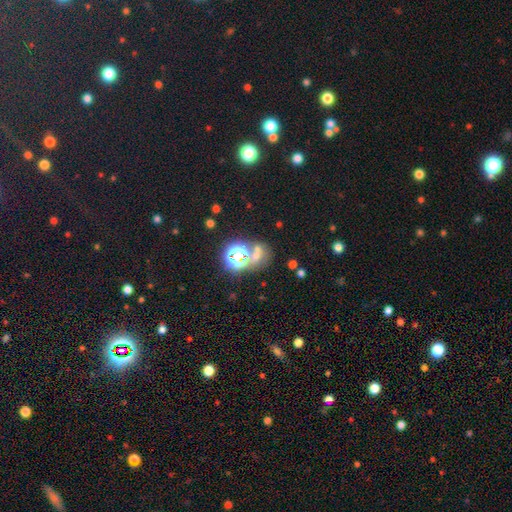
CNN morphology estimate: This appears to be a star or artifact, not a galaxy (55%).